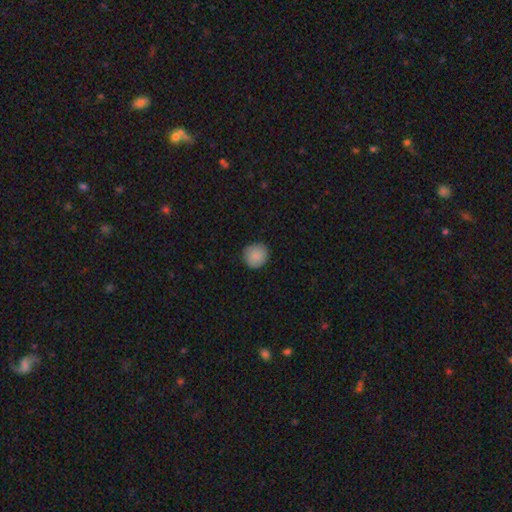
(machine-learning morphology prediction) type=smooth (87%); roundness=round (92%); merging=none (88%).